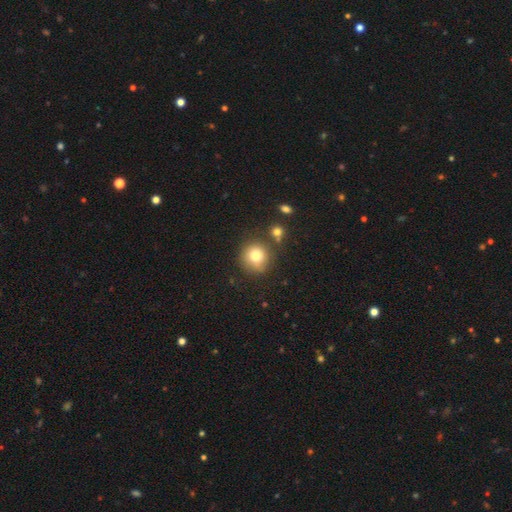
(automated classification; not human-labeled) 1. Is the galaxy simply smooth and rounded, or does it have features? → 79% smooth, 11% star or artifact, 10% featured or disk.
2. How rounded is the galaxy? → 88% round, 11% in between, 1% cigar-shaped.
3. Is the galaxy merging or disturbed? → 72% none, 14% minor disturbance, 9% merger, 4% major disturbance.